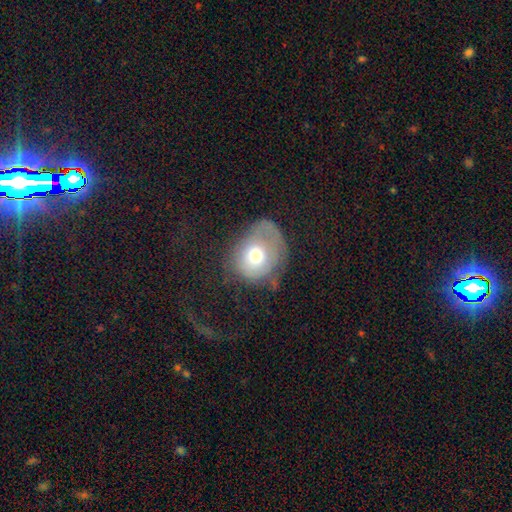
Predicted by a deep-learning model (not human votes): Smooth or featured? smooth (62%)
How rounded? round (60%)
Merging? none (35%)